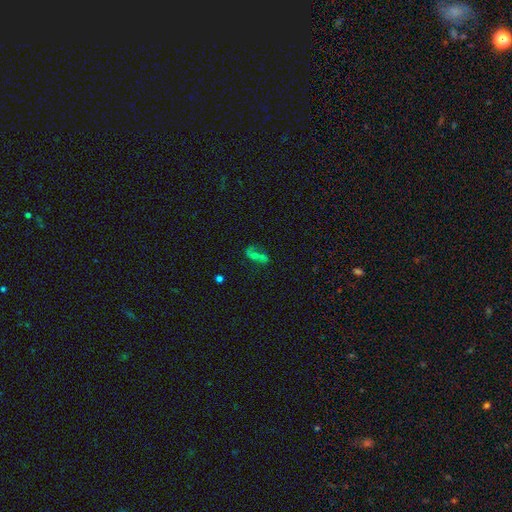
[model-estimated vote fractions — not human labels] Smooth or featured? featured or disk (50%)
Merging? none (44%)